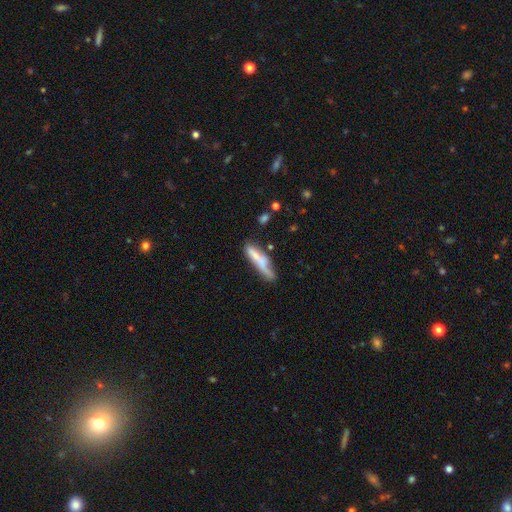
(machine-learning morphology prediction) This is likely a smooth galaxy (60%). How rounded: clearly cigar-shaped (85%). Merging: possibly none (54%).